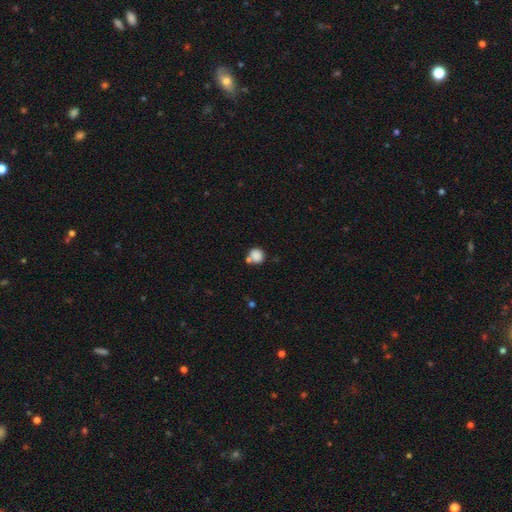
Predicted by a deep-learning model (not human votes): This appears to be a smooth galaxy with no disk features (85%) that is round (82%). Merging: none (60%).